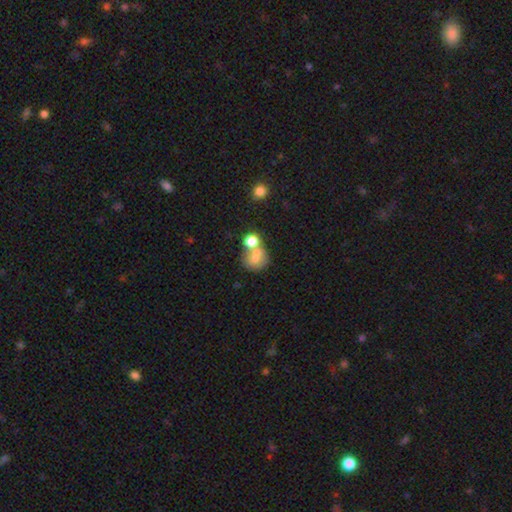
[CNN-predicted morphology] Overall: smooth (66%). How rounded: round (77%). Merging: merger (49%; none 36%).